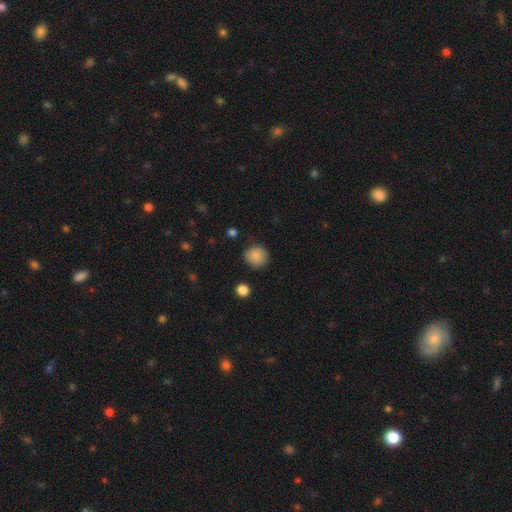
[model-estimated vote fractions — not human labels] A smooth galaxy with no disk features (87%) that is round (89%). Merging: none (83%).